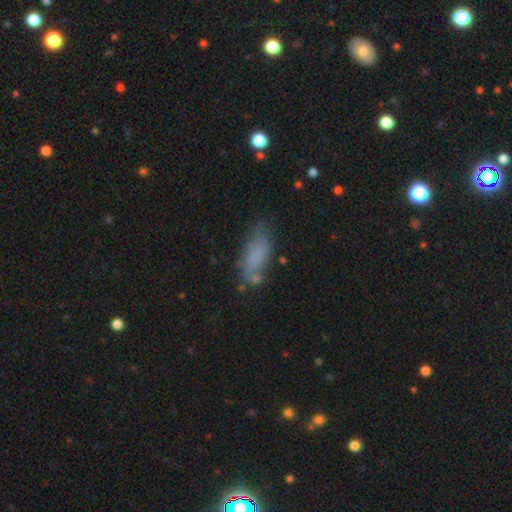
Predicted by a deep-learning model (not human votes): Overall: smooth (70%). How rounded: in between (79%). Merging: none (54%; minor disturbance 27%).